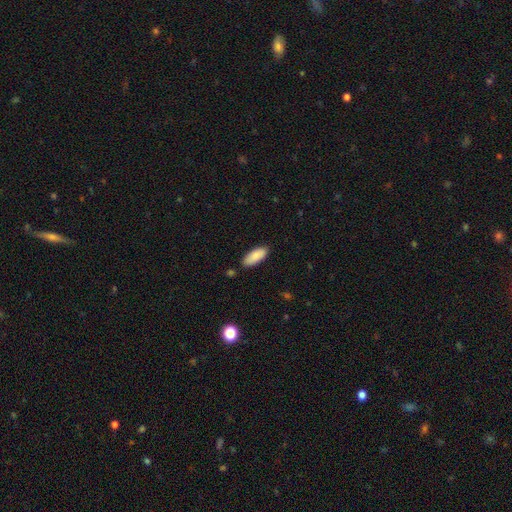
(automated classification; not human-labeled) smooth-or-featured: smooth: 87% | featured or disk: 6% | star or artifact: 6%
  how-rounded: in between: 81% | cigar-shaped: 17% | round: 2%
  merging: none: 85% | minor disturbance: 11% | major disturbance: 2% | merger: 2%